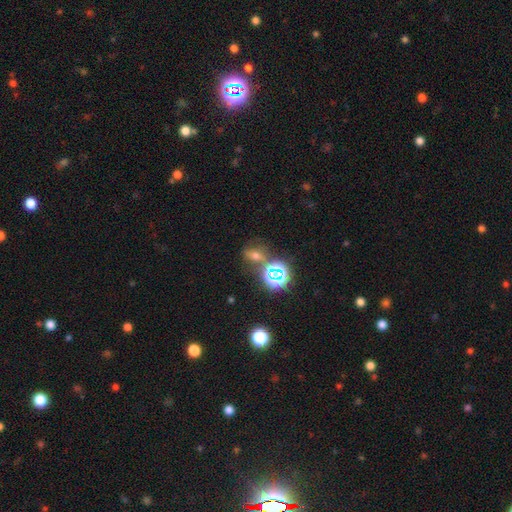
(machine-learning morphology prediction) smooth_or_featured: star or artifact (p=0.46) [alt: smooth p=0.38]